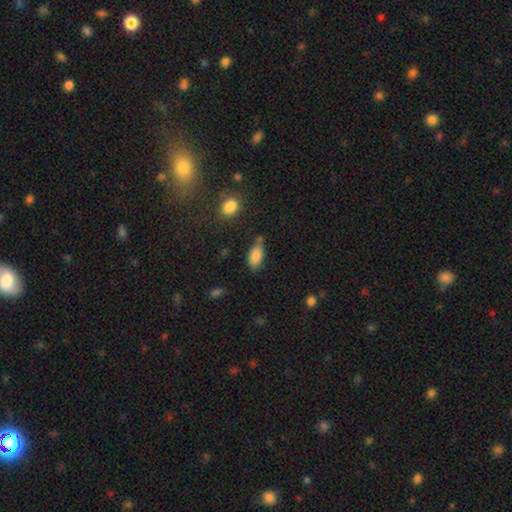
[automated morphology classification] smooth_or_featured: smooth (p=0.85) [alt: star or artifact p=0.08]
how_rounded: in between (p=0.91) [alt: cigar-shaped p=0.05]
merging: none (p=0.66) [alt: minor disturbance p=0.20]